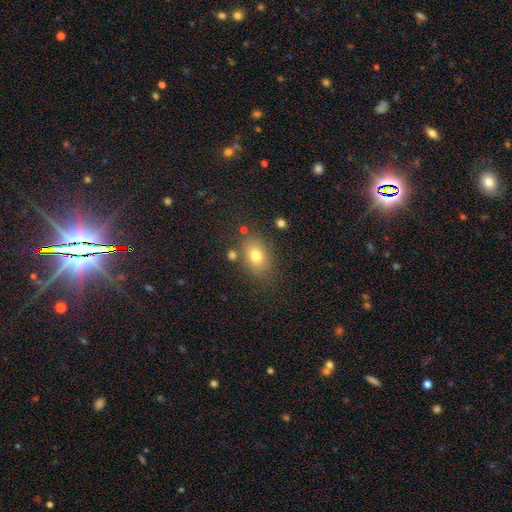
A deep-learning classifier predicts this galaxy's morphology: This is likely a smooth galaxy (76%). How rounded: likely in between (75%). Merging: likely none (77%).